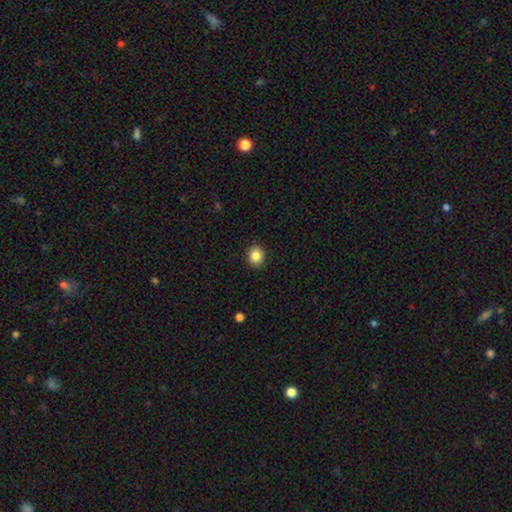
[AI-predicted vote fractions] A smooth galaxy with no disk features (85%) that is round (71%).

Vote fractions:
- Smooth or featured? smooth: 85% / star or artifact: 9% / featured or disk: 5%
- How rounded? round: 71% / in between: 28% / cigar-shaped: 1%
- Merging? none: 90% / minor disturbance: 7% / major disturbance: 2% / merger: 1%